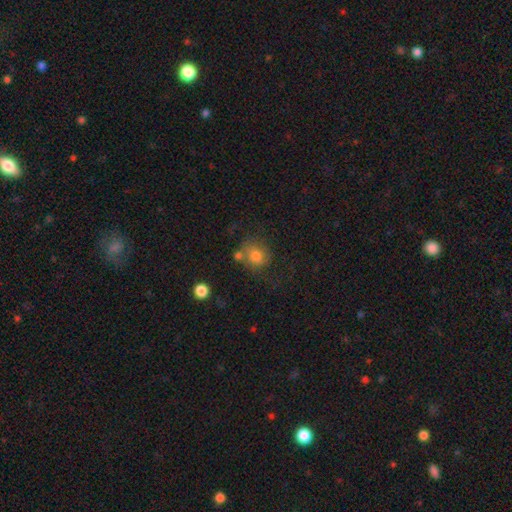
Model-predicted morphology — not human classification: type=smooth (76%); roundness=round (76%); merging=none (55%).